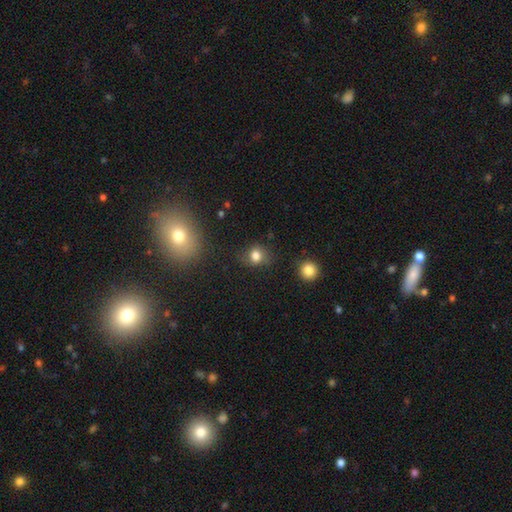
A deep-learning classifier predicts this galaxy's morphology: Smooth or featured?
  - smooth: 80% *
  - star or artifact: 13%
  - featured or disk: 7%
How rounded?
  - round: 63% *
  - in between: 36%
  - cigar-shaped: 1%
Merging?
  - none: 72% *
  - minor disturbance: 18%
  - major disturbance: 6%
  - merger: 3%